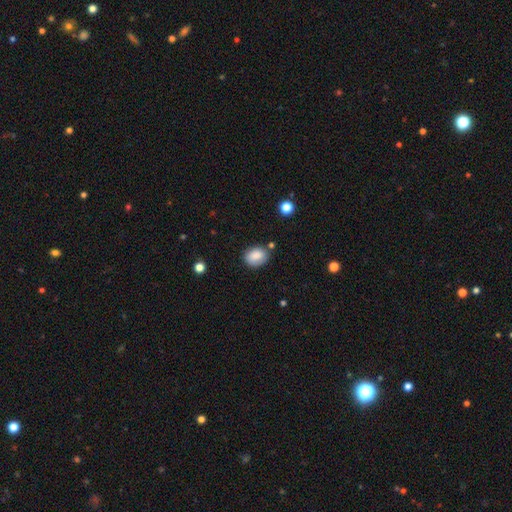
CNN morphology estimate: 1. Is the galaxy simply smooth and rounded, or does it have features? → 84% smooth, 8% star or artifact, 8% featured or disk.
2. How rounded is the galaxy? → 64% in between, 35% round, 1% cigar-shaped.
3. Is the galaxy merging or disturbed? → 72% none, 19% minor disturbance, 5% merger, 4% major disturbance.